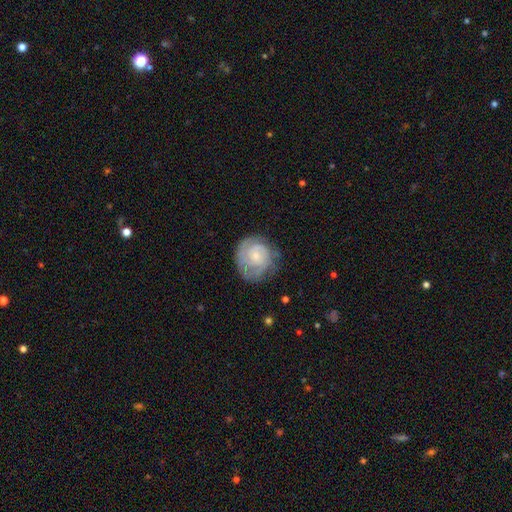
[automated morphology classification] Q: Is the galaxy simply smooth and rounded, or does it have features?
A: featured or disk — 76%.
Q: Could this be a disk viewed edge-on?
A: no — 98%.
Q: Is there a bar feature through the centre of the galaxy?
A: no — 71%.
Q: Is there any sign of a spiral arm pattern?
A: yes — 93%.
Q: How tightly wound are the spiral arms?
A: tight — 70%.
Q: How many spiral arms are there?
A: can't tell — 33%.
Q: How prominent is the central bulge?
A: small — 69%.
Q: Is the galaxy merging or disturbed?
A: none — 70%.